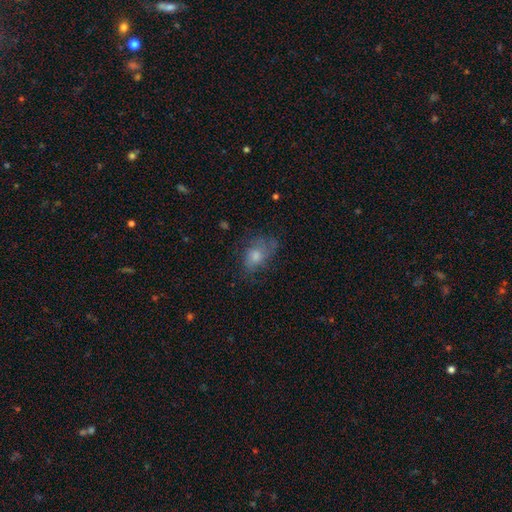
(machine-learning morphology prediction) This is possibly a smooth galaxy (47%). Merging: possibly none (57%).